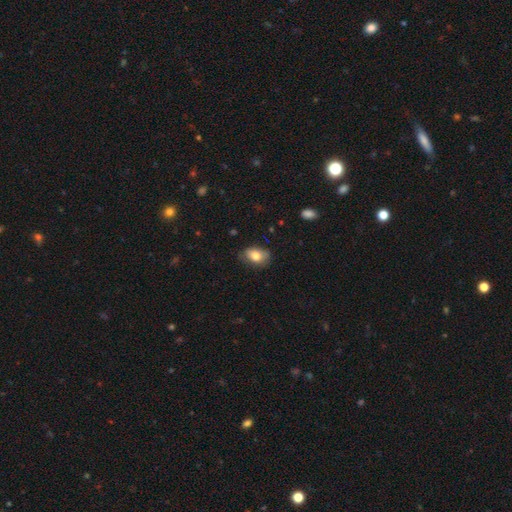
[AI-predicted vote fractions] Smooth or featured? Predicted: smooth (p=0.78). How rounded? Predicted: in between (p=0.80). Merging? Predicted: none (p=0.71).